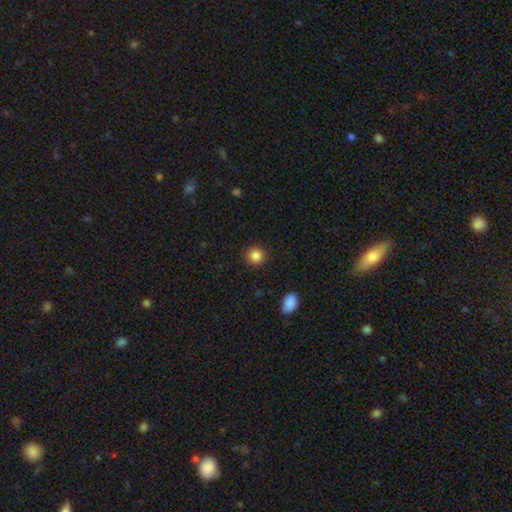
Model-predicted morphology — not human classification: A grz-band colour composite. It shows a smooth galaxy with no disk features (86%) that is round (92%). Merging: none (90%).